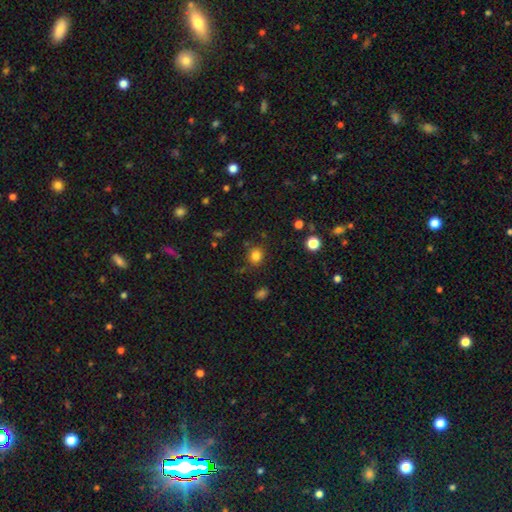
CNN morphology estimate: A smooth galaxy with no disk features (81%) that is round (76%).

Vote fractions:
- Smooth or featured? smooth: 81% / star or artifact: 14% / featured or disk: 5%
- How rounded? round: 76% / in between: 23% / cigar-shaped: 1%
- Merging? none: 83% / minor disturbance: 11% / major disturbance: 3% / merger: 3%